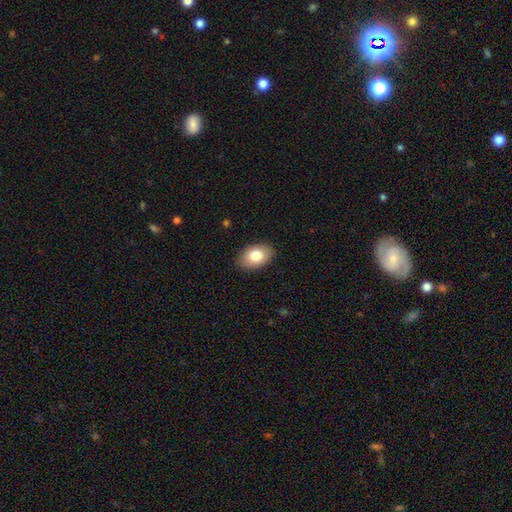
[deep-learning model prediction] smooth 80%, featured or disk 13%, star or artifact 7%. Down the decision tree: how rounded — in between (87%); merging — none (88%).